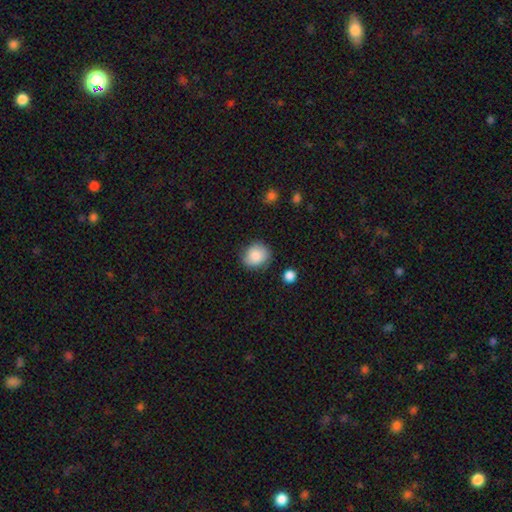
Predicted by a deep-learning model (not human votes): Smooth or featured? smooth (83%)
How rounded? round (75%)
Merging? none (77%)